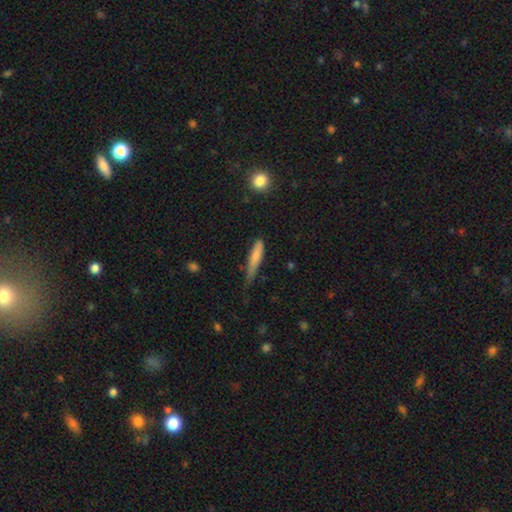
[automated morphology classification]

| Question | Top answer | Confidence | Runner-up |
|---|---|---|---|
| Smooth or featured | smooth | 76% | featured or disk (17%) |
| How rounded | cigar-shaped | 80% | in between (18%) |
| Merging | minor disturbance | 43% | none (39%) |